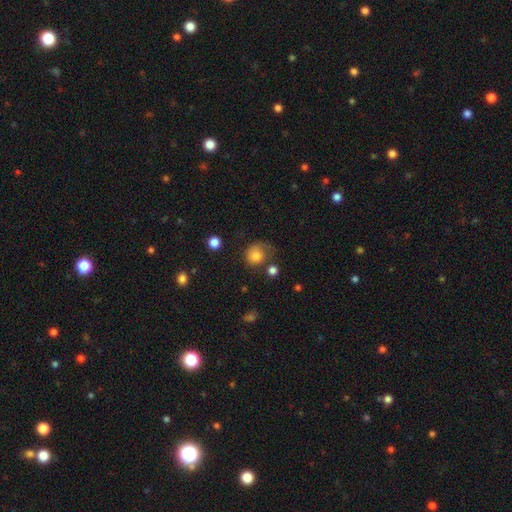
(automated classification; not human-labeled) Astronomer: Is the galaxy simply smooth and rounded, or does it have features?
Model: smooth — 77%.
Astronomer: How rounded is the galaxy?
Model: round — 77%.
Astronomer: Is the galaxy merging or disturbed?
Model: none — 45% (runner-up: minor disturbance, 25%).